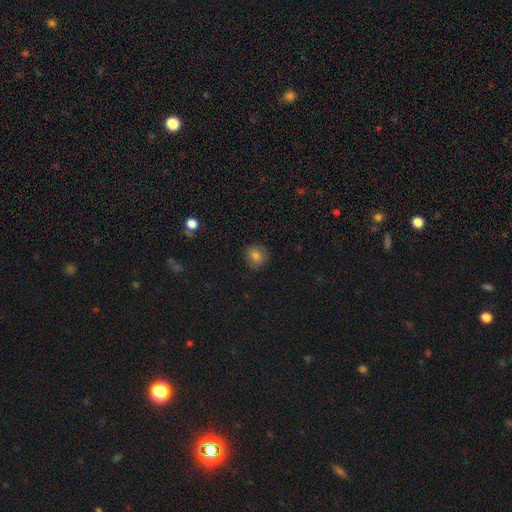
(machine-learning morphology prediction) Smooth or featured?
  - smooth: 78% *
  - star or artifact: 12%
  - featured or disk: 10%
How rounded?
  - round: 82% *
  - in between: 17%
  - cigar-shaped: 1%
Merging?
  - none: 86% *
  - minor disturbance: 11%
  - major disturbance: 3%
  - merger: 1%